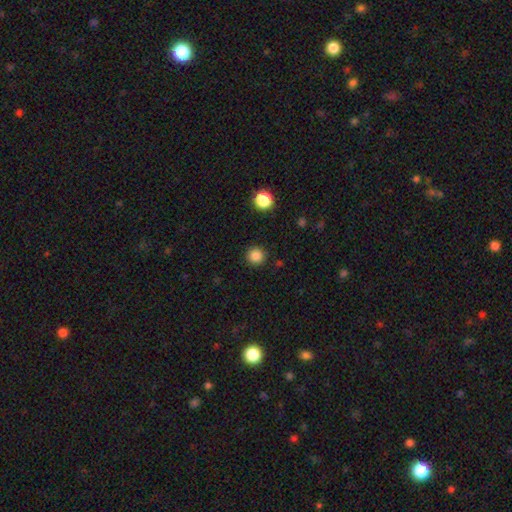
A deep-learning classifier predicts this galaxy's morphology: The model was most divided on "smooth or featured": smooth: 85%, star or artifact: 12%, featured or disk: 3%. More confident: how rounded — round (95%); merging — none (91%).